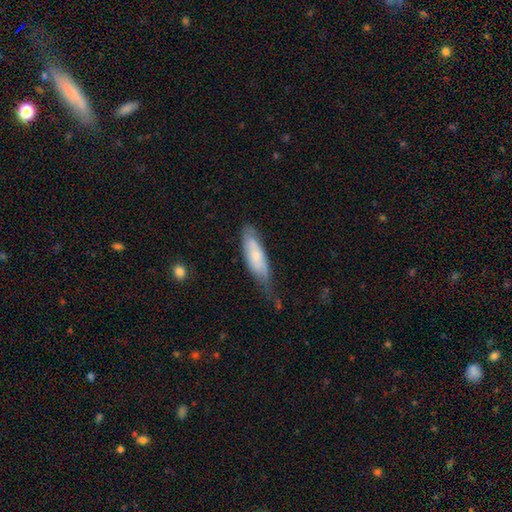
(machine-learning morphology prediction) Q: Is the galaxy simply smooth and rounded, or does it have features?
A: smooth — 61%.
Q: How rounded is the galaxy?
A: in between — 52%.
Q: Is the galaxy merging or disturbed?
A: none — 48%.